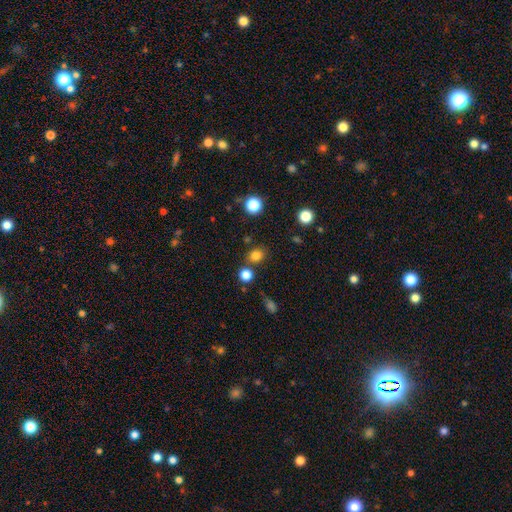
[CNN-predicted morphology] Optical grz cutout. It shows a smooth galaxy with no disk features (80%) that is round (69%). Merging: none (77%).